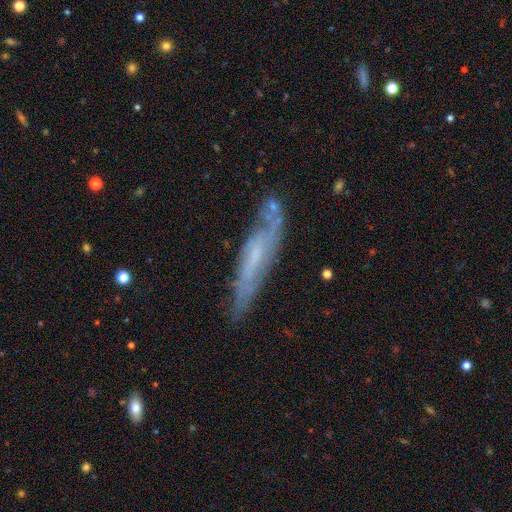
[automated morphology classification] Smooth or featured?
  - featured or disk: 65% *
  - smooth: 26%
  - star or artifact: 8%
Edge-on disk?
  - yes: 54% *
  - no: 46%
Merging?
  - none: 70% *
  - minor disturbance: 20%
  - major disturbance: 6%
  - merger: 4%